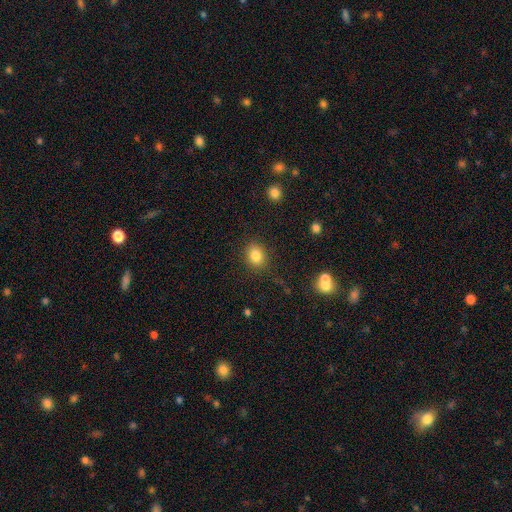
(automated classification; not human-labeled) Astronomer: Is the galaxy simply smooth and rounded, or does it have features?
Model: smooth — 84%.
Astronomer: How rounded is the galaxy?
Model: in between — 52% (runner-up: round, 47%).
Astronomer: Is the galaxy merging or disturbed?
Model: none — 85%.